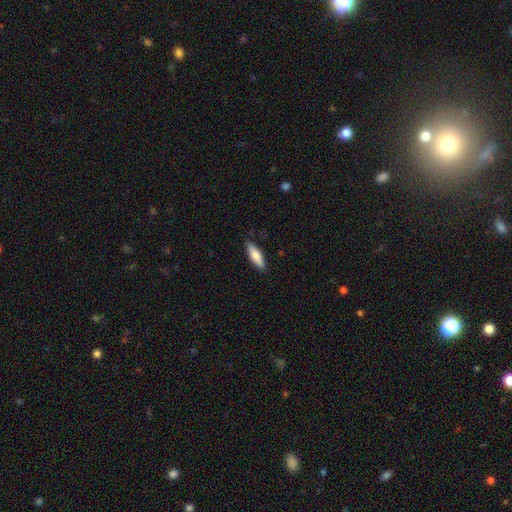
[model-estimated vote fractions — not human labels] The model was most divided on "how rounded": cigar-shaped: 50%, in between: 49%, round: 2%. More confident: merging — none (86%); smooth or featured — smooth (77%).